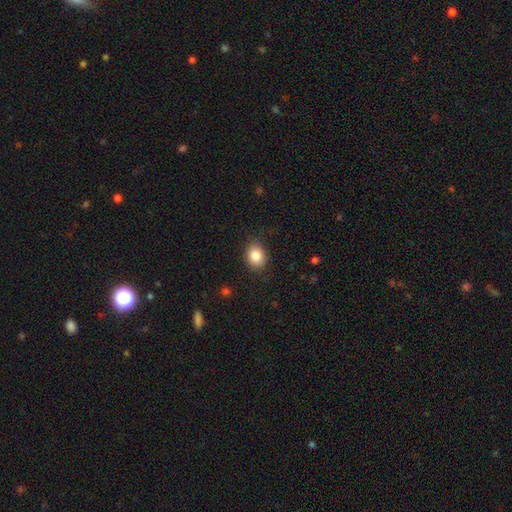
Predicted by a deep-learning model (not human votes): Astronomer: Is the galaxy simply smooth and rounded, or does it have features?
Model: smooth — 85%.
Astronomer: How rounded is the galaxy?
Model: round — 50% (runner-up: in between, 49%).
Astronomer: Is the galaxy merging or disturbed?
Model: none — 85%.